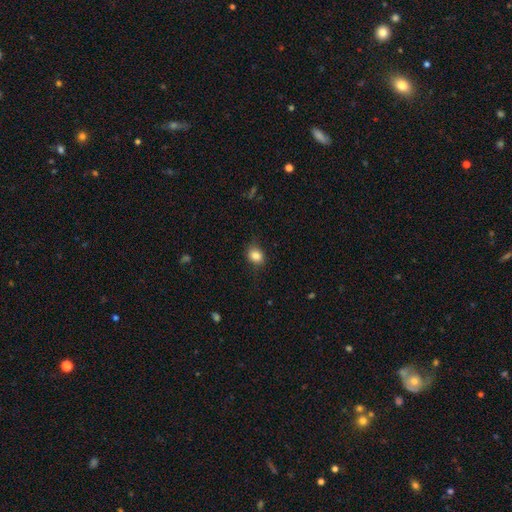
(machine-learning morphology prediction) Smooth or featured?
  - smooth: 84% *
  - star or artifact: 10%
  - featured or disk: 6%
How rounded?
  - round: 50% *
  - in between: 49%
  - cigar-shaped: 1%
Merging?
  - none: 78% *
  - minor disturbance: 17%
  - major disturbance: 4%
  - merger: 1%